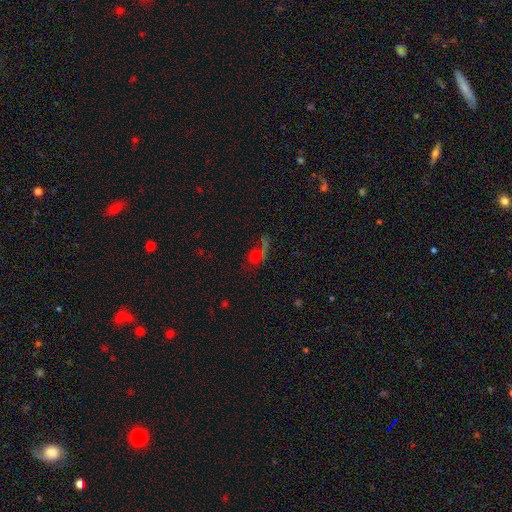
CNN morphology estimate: This appears to be a smooth galaxy with no disk features (47%). Merging: none (47%).